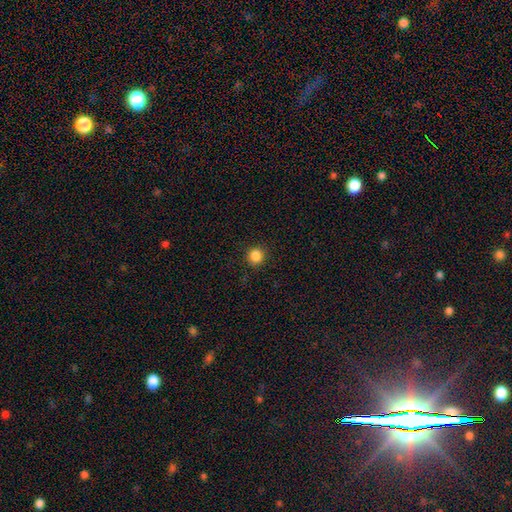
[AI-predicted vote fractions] Morphology: type=smooth (86%); roundness=round (92%); merging=none (91%).